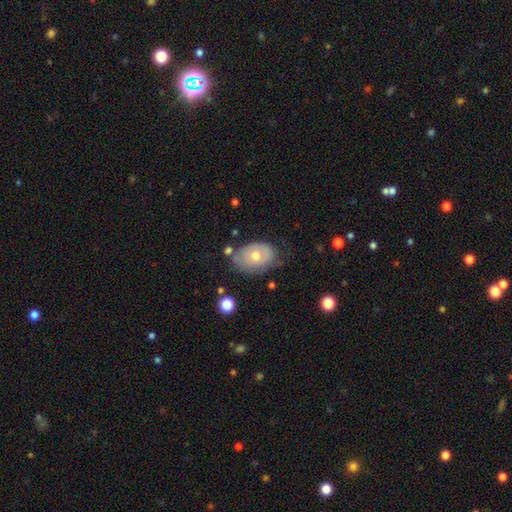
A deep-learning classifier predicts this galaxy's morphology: smooth-or-featured: smooth: 49% | featured or disk: 43% | star or artifact: 8%
  merging: none: 61% | minor disturbance: 27% | major disturbance: 8% | merger: 5%